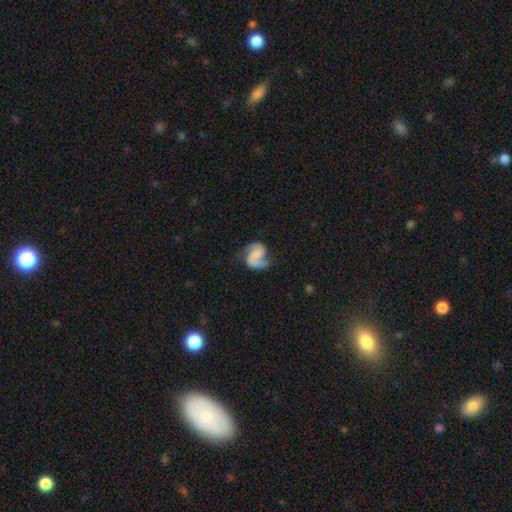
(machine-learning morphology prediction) Q: Smooth or featured?
A: featured or disk (83%); runner-up: smooth (11%)
Q: Edge-on disk?
A: no (98%); runner-up: yes (2%)
Q: Bar?
A: no (43%); runner-up: weak (40%)
Q: Spiral arms?
A: yes (96%); runner-up: no (4%)
Q: Spiral winding?
A: medium (49%); runner-up: loose (35%)
Q: Spiral arm count?
A: 2 (79%); runner-up: 1 (16%)
Q: Bulge size?
A: none (55%); runner-up: small (21%)
Q: Merging?
A: none (64%); runner-up: minor disturbance (20%)